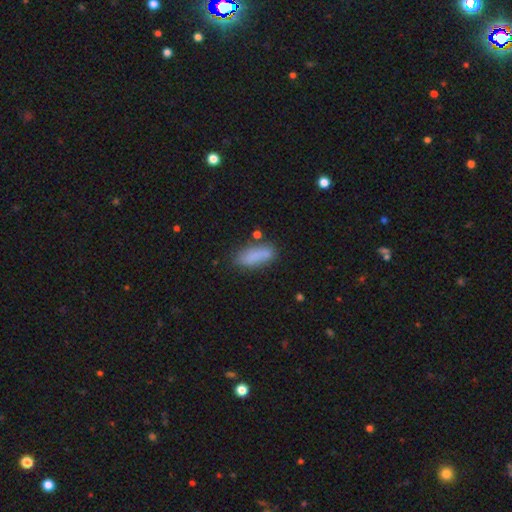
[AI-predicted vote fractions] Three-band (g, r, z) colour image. It shows a smooth galaxy with no disk features (82%) that is in between round and cigar-shaped (62%). Merging: none (71%).